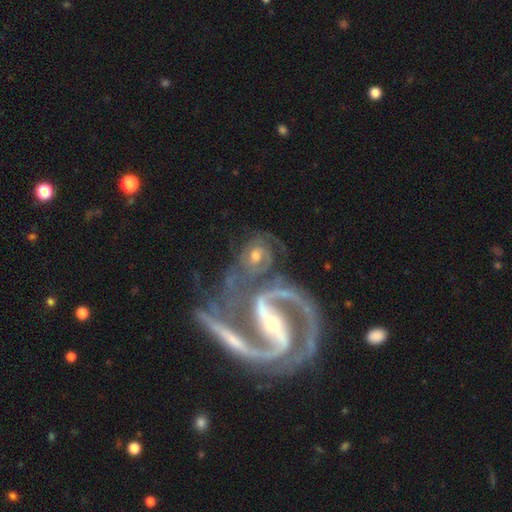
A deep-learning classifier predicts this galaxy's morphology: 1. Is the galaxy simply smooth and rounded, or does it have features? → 75% featured or disk, 16% smooth, 9% star or artifact.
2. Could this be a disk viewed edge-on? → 96% no, 4% yes.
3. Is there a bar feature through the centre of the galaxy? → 49% no, 32% weak, 19% strong.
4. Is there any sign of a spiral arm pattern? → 85% yes, 15% no.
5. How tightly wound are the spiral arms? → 41% medium, 36% tight, 23% loose.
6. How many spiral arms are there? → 51% 2, 18% can't tell, 16% 1, 7% 3, 4% 4, 4% more than 4.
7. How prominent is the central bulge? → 59% moderate, 26% small, 8% large, 4% none, 2% dominant.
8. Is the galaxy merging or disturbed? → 52% merger, 22% none, 15% major disturbance, 11% minor disturbance.